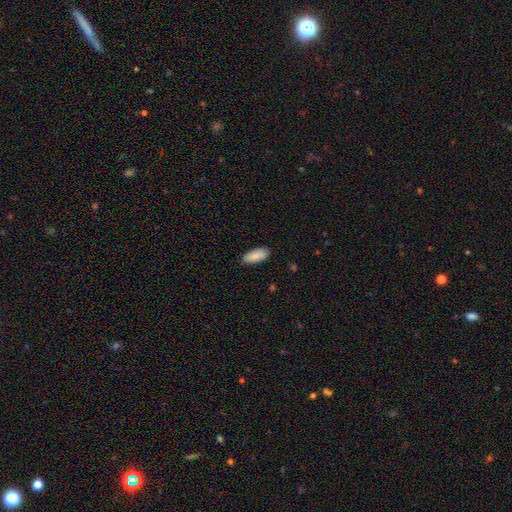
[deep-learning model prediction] This is clearly a smooth galaxy (89%). How rounded: clearly in between (87%). Merging: clearly none (87%).